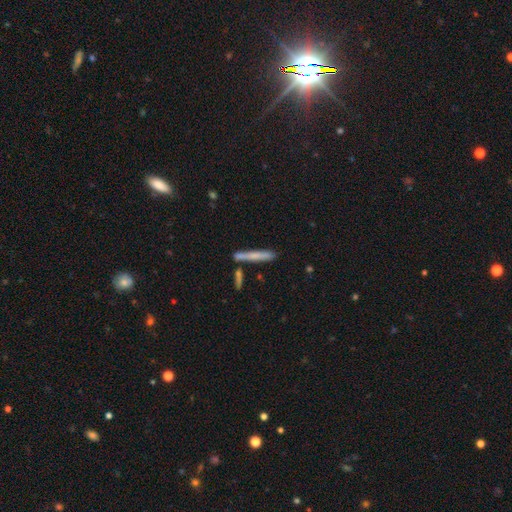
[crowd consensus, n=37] Smooth or featured? 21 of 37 (57%) said smooth. How rounded? 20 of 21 (95%) said cigar-shaped. Merging? 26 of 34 (76%) said none.